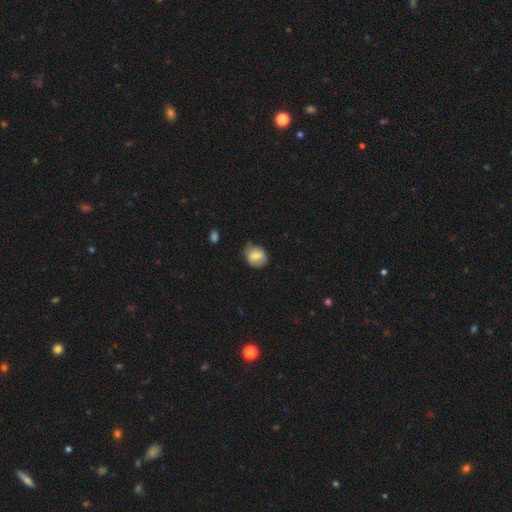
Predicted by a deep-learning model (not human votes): This appears to be a smooth galaxy with no disk features (70%) that is round (64%). Merging: none (65%).